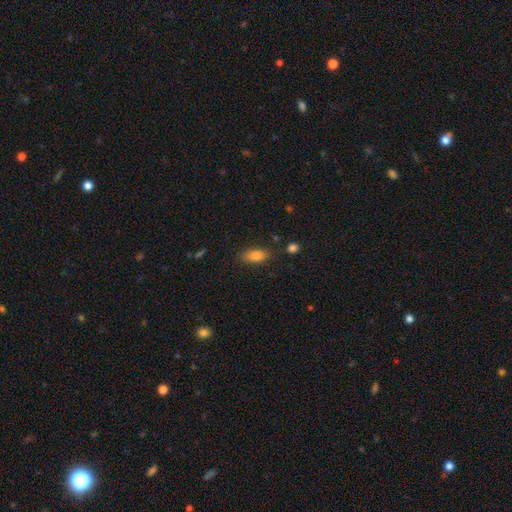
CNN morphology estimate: This appears to be a smooth galaxy with no disk features (81%) that is in between round and cigar-shaped (80%). Merging: none (79%).